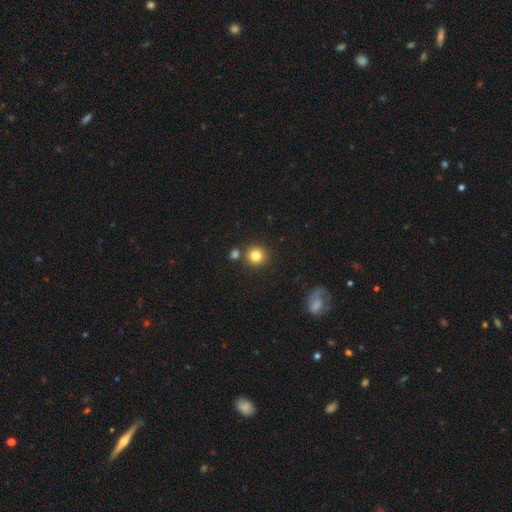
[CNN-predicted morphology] Smooth or featured?
  - smooth: 82% *
  - star or artifact: 11%
  - featured or disk: 7%
How rounded?
  - round: 91% *
  - in between: 8%
  - cigar-shaped: 1%
Merging?
  - none: 80% *
  - merger: 10%
  - minor disturbance: 7%
  - major disturbance: 2%